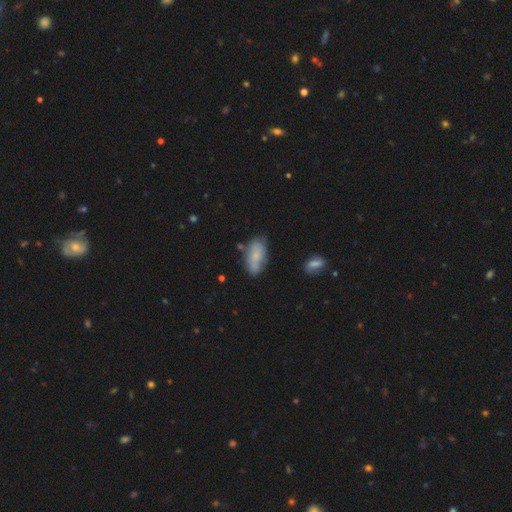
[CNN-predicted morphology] A smooth galaxy with no disk features (71%) that is in between round and cigar-shaped (90%). Merging: none (65%).